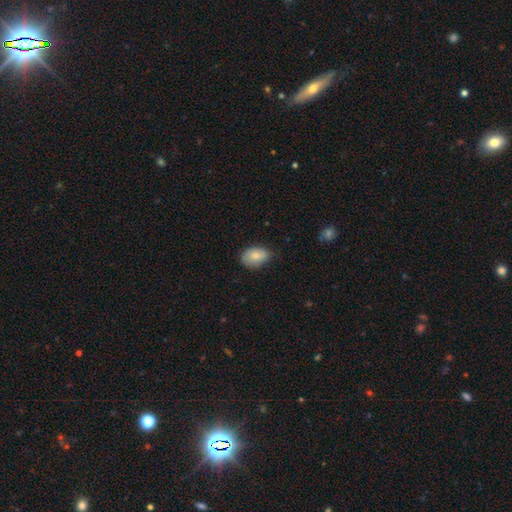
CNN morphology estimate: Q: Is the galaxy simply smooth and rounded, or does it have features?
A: smooth — 82%.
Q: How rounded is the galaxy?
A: in between — 87%.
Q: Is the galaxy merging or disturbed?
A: none — 71%.